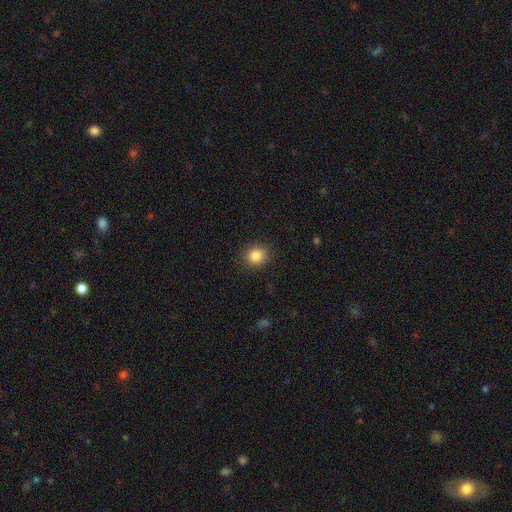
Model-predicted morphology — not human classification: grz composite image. It shows a smooth galaxy with no disk features (85%) that is round (76%). Merging: none (89%).